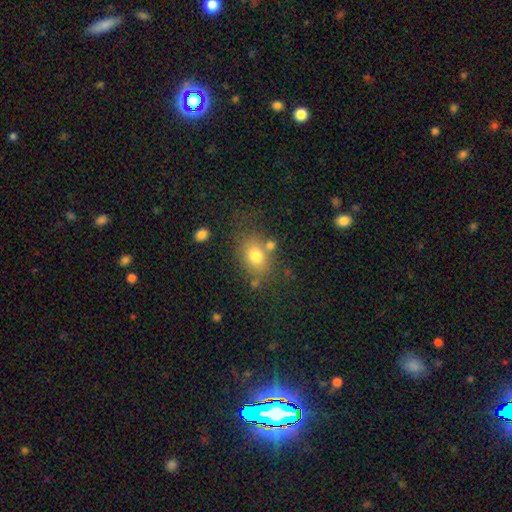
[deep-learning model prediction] A smooth galaxy with no disk features (75%) that is in between round and cigar-shaped (68%).

Vote fractions:
- Smooth or featured? smooth: 75% / featured or disk: 14% / star or artifact: 11%
- How rounded? in between: 68% / round: 31% / cigar-shaped: 1%
- Merging? none: 63% / minor disturbance: 17% / merger: 12% / major disturbance: 8%